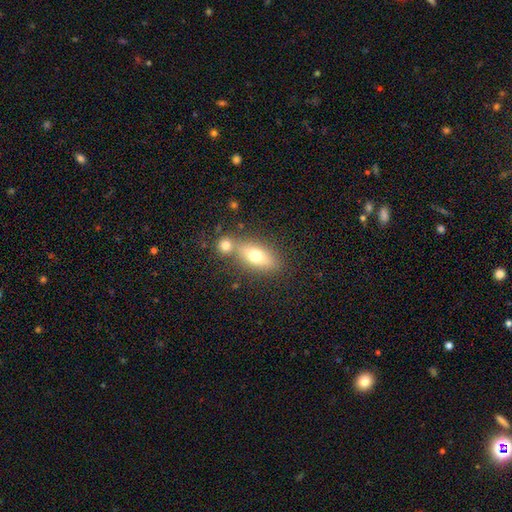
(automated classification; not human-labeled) A smooth galaxy with no disk features (69%) that is in between round and cigar-shaped (78%).

Vote fractions:
- Smooth or featured? smooth: 69% / featured or disk: 22% / star or artifact: 9%
- How rounded? in between: 78% / cigar-shaped: 14% / round: 8%
- Merging? none: 53% / merger: 32% / minor disturbance: 11% / major disturbance: 4%